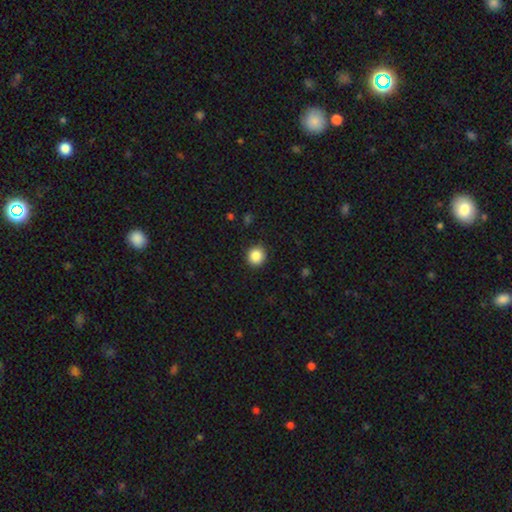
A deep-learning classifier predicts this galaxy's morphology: smooth 87%, star or artifact 10%, featured or disk 4%. Down the decision tree: how rounded — round (92%); merging — none (90%).